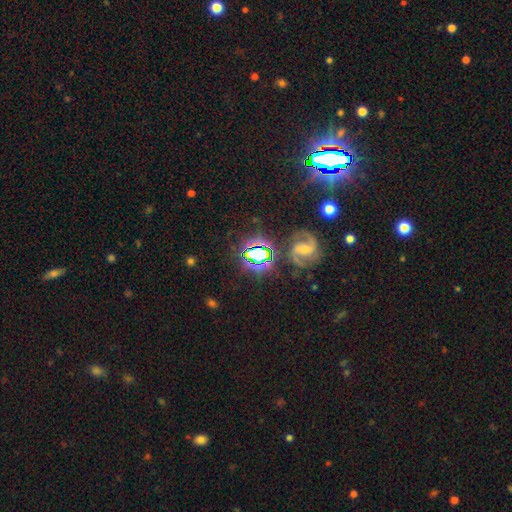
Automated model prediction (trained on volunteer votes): Smooth or featured: star or artifact — 66% (featured or disk — 19%)